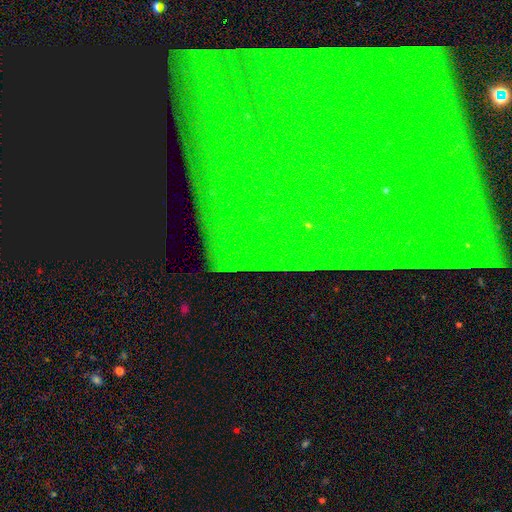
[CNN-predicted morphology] Overall: star or artifact (84%).